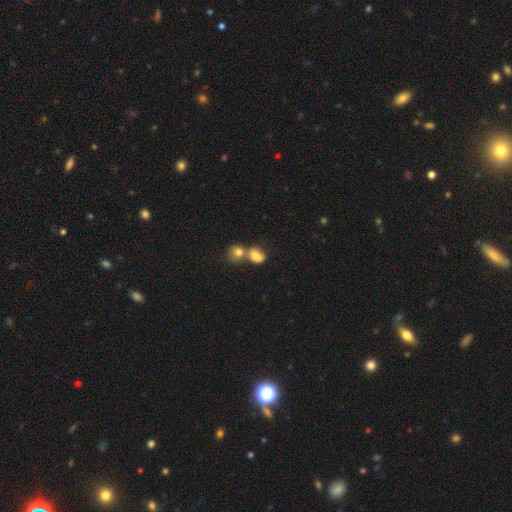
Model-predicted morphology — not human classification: Smooth or featured? Predicted: smooth (p=0.81). How rounded? Predicted: in between (p=0.66). Merging? Predicted: merger (p=0.55).